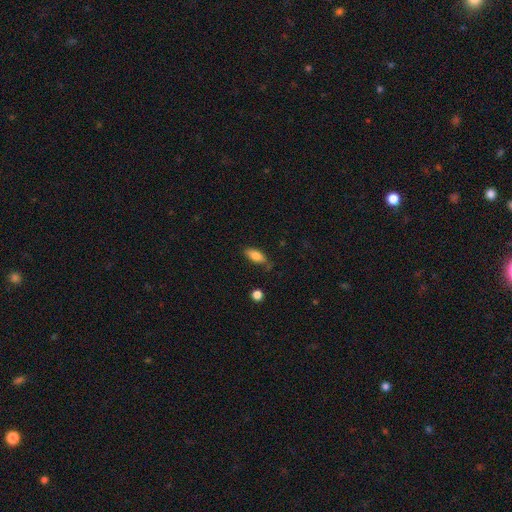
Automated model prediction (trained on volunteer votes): Smooth or featured? smooth (79%)
How rounded? in between (78%)
Merging? none (69%)